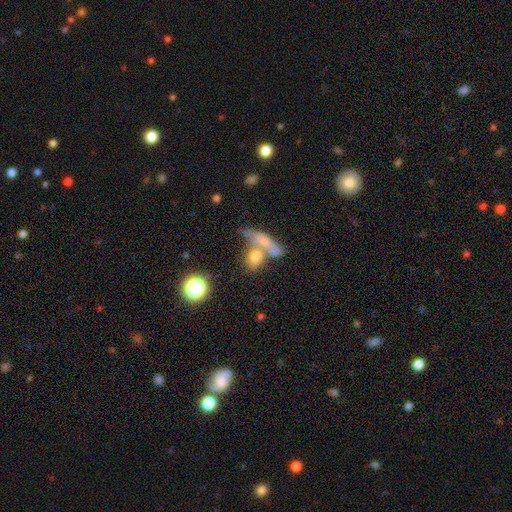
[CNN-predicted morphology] The model was most divided on "how rounded": in between: 45%, round: 40%, cigar-shaped: 15%. Remaining: smooth or featured — smooth (64%); merging — merger (45%).